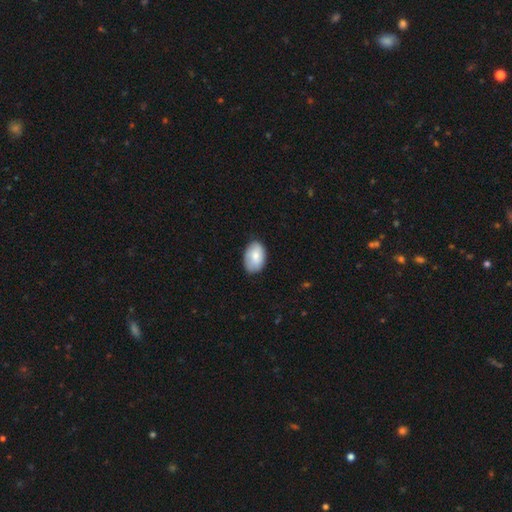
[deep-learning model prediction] Smooth or featured: smooth — 78% (featured or disk — 16%)
How rounded: in between — 88% (round — 11%)
Merging: none — 80% (minor disturbance — 16%)